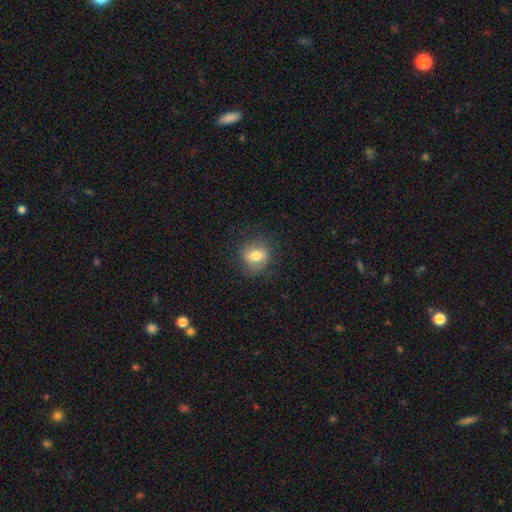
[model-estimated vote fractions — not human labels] Morphology: type=smooth (71%); roundness=round (52%); merging=none (76%).